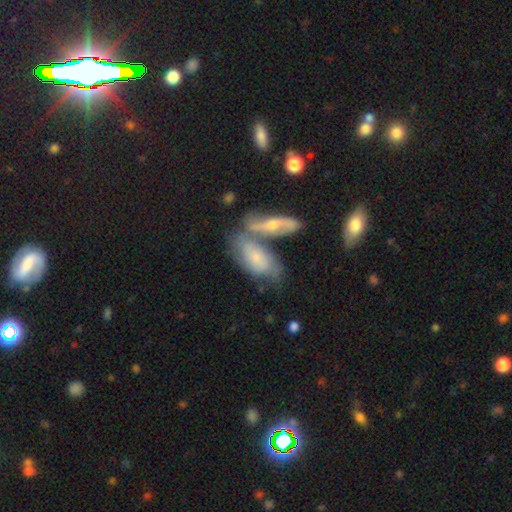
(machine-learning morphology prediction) type=smooth (48%); merging=merger (48%).